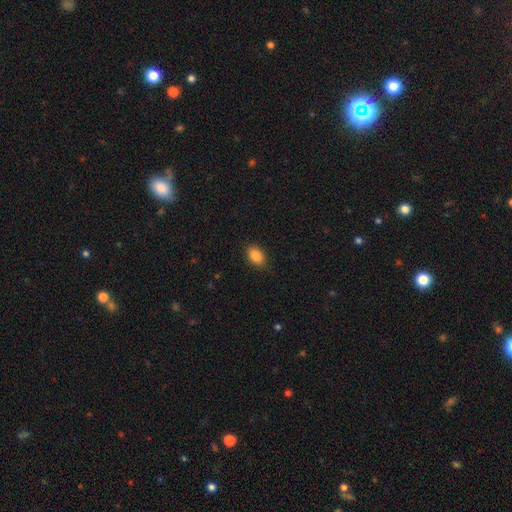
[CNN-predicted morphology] This appears to be a smooth galaxy with no disk features (87%) that is in between round and cigar-shaped (86%). Merging: none (87%).